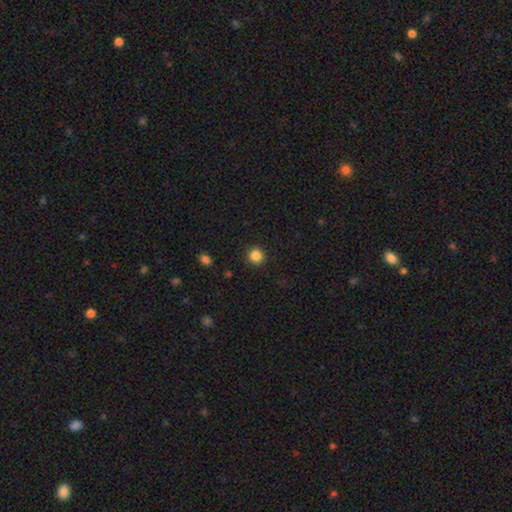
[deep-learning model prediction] smooth_or_featured: smooth (p=0.85) [alt: star or artifact p=0.11]
how_rounded: round (p=0.93) [alt: in between p=0.06]
merging: none (p=0.91) [alt: minor disturbance p=0.06]